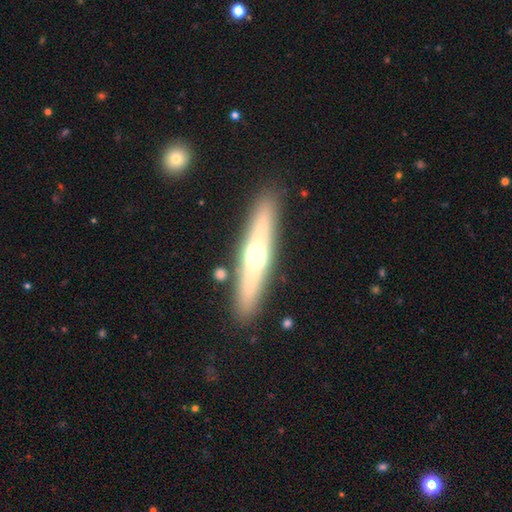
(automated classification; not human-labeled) The model was most divided on "smooth or featured": featured or disk: 58%, smooth: 36%, star or artifact: 6%. More confident: edge-on bulge — rounded (90%); edge-on disk — yes (89%); merging — none (86%).